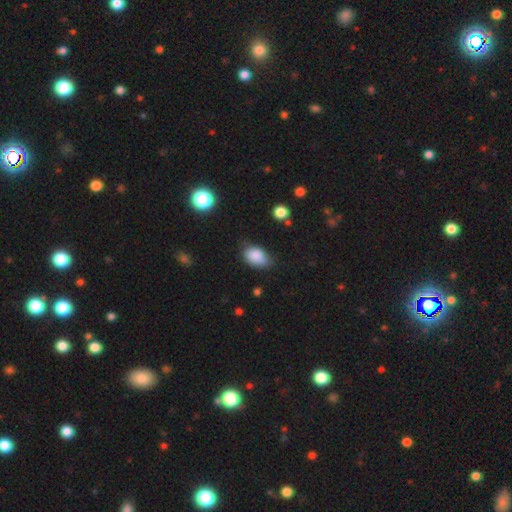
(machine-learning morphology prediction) smooth_or_featured: smooth (p=0.85) [alt: star or artifact p=0.08]
how_rounded: in between (p=0.86) [alt: round p=0.12]
merging: none (p=0.60) [alt: minor disturbance p=0.31]